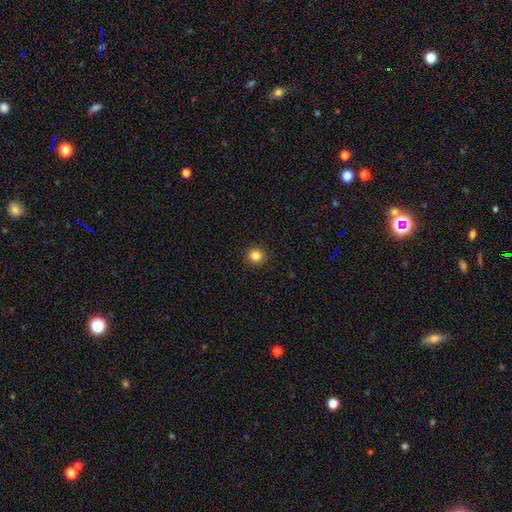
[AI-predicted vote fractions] Smooth or featured?
  - smooth: 83% *
  - star or artifact: 12%
  - featured or disk: 5%
How rounded?
  - round: 94% *
  - in between: 5%
  - cigar-shaped: 1%
Merging?
  - none: 93% *
  - minor disturbance: 5%
  - major disturbance: 2%
  - merger: 1%